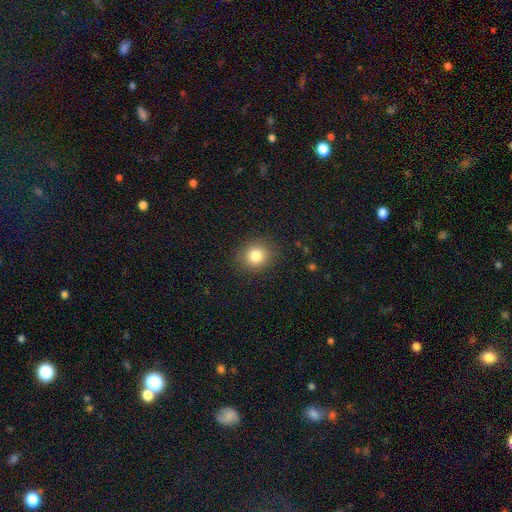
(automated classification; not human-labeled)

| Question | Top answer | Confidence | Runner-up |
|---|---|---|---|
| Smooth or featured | smooth | 83% | star or artifact (11%) |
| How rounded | round | 79% | in between (20%) |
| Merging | none | 88% | minor disturbance (8%) |